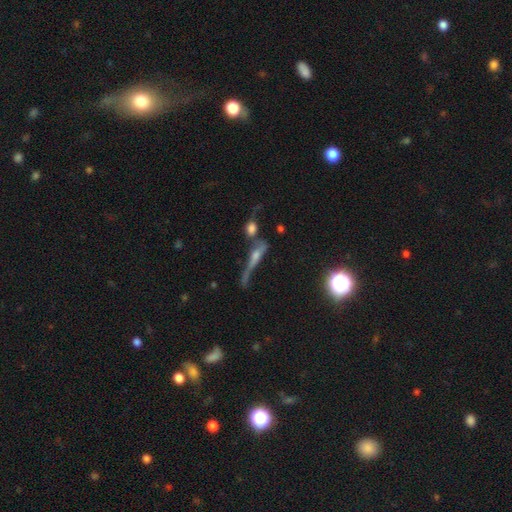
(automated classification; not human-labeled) Smooth or featured: featured or disk — 51% (smooth — 29%)
Edge-on disk: yes — 67% (no — 33%)
Merging: merger — 34% (none — 33%)